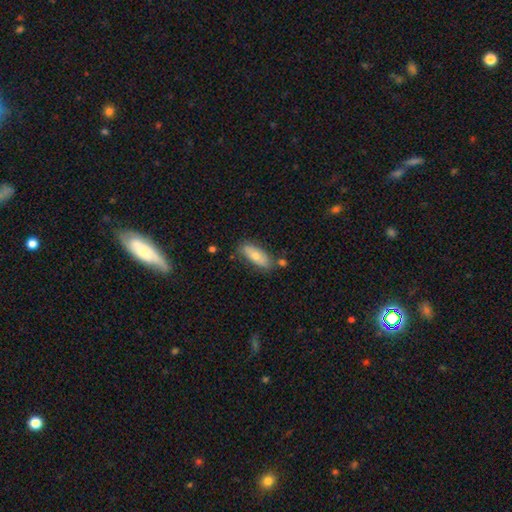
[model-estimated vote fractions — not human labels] This appears to be a smooth galaxy with no disk features (68%) that is in between round and cigar-shaped (75%). Merging: none (71%).